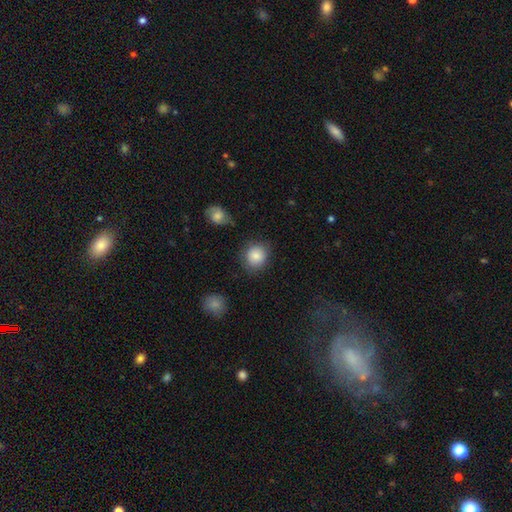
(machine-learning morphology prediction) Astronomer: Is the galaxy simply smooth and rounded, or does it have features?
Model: smooth — 86%.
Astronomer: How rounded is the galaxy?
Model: round — 78%.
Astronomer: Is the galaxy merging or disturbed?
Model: none — 78%.